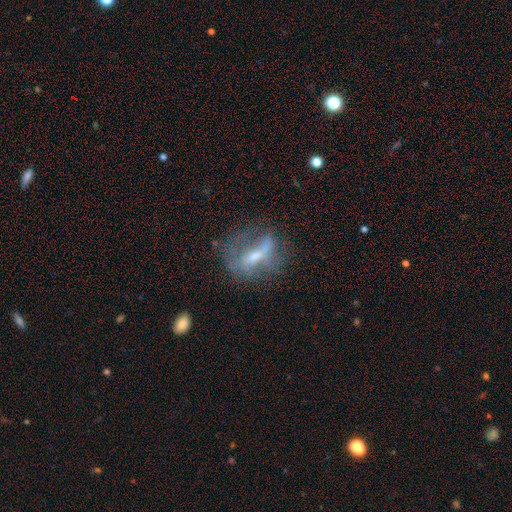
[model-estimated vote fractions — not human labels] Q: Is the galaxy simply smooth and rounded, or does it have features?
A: featured or disk — 58%.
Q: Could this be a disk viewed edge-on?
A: no — 84%.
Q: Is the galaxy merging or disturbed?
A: none — 44%.